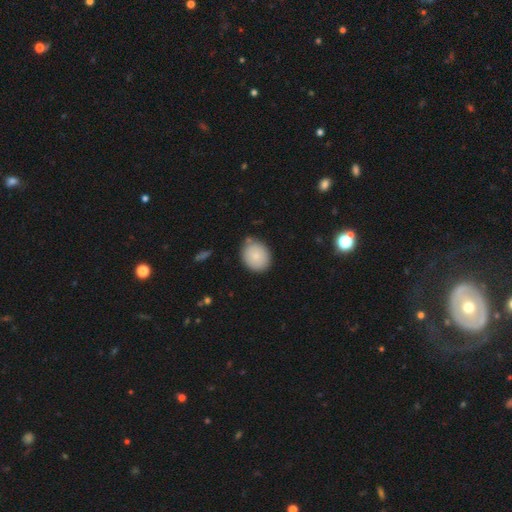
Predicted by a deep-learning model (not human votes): Smooth or featured? smooth (83%)
How rounded? round (52%)
Merging? none (78%)